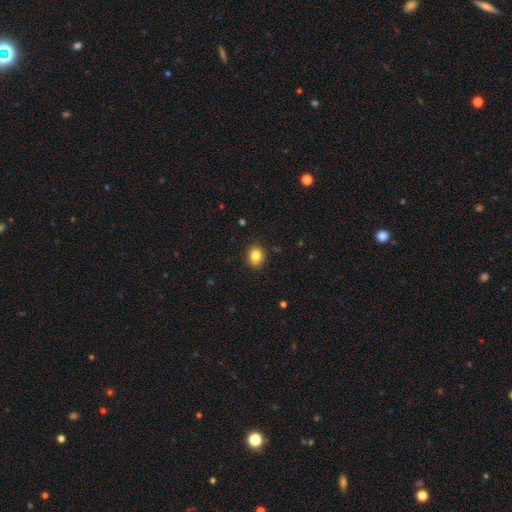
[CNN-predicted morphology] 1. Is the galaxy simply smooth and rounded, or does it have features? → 84% smooth, 10% star or artifact, 6% featured or disk.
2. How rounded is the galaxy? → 66% round, 33% in between, 1% cigar-shaped.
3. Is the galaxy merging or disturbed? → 88% none, 9% minor disturbance, 2% major disturbance, 1% merger.